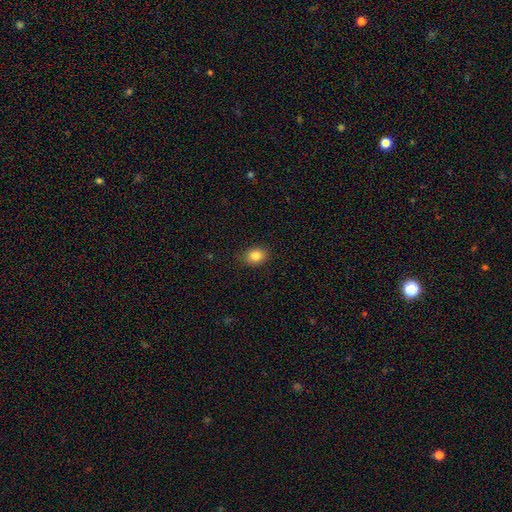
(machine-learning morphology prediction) This is clearly a smooth galaxy (83%). How rounded: possibly in between (52%). Merging: clearly none (87%).